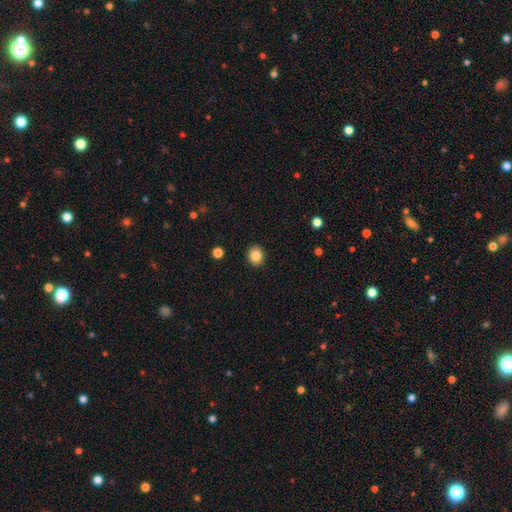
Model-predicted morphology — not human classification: A smooth galaxy with no disk features (85%) that is round (71%).

Vote fractions:
- Smooth or featured? smooth: 85% / star or artifact: 10% / featured or disk: 6%
- How rounded? round: 71% / in between: 28% / cigar-shaped: 1%
- Merging? none: 92% / minor disturbance: 6% / major disturbance: 2% / merger: 1%